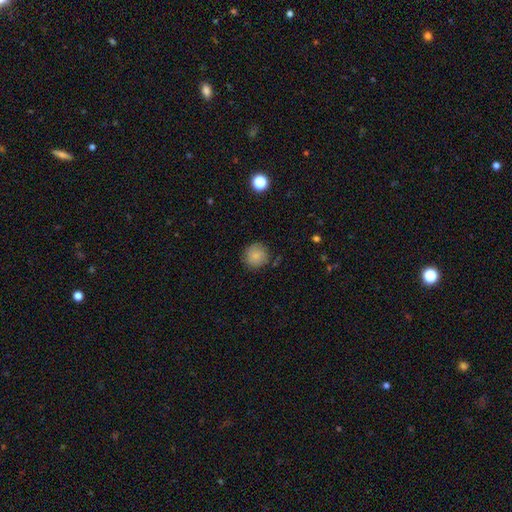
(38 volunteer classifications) Overall: smooth (84%). How rounded: round (91%). Merging: none (86%).